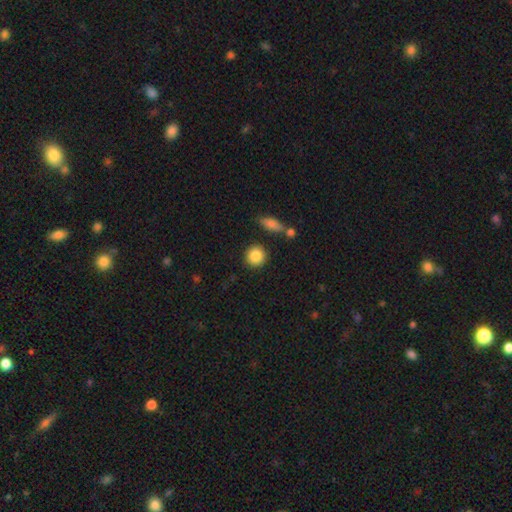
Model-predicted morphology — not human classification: smooth 87%, star or artifact 8%, featured or disk 5%. Down the decision tree: how rounded — round (88%); merging — none (86%).